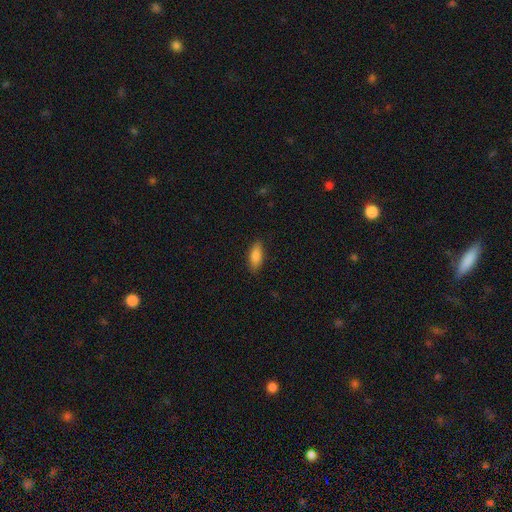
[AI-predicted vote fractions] smooth-or-featured: smooth: 86% | featured or disk: 7% | star or artifact: 7%
  how-rounded: in between: 77% | cigar-shaped: 21% | round: 2%
  merging: none: 86% | minor disturbance: 11% | major disturbance: 2% | merger: 1%